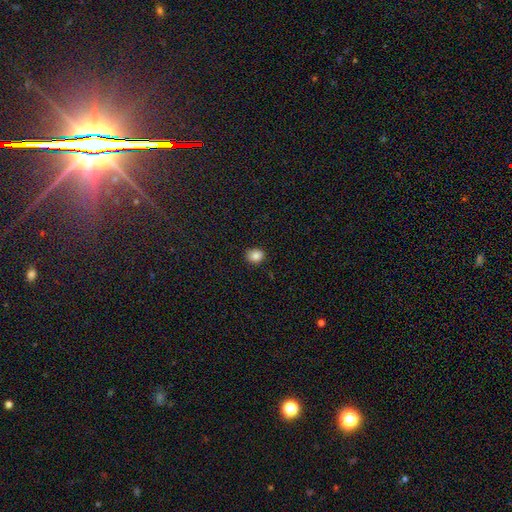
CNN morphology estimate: This is clearly a smooth galaxy (84%). How rounded: possibly round (57%). Merging: clearly none (86%).